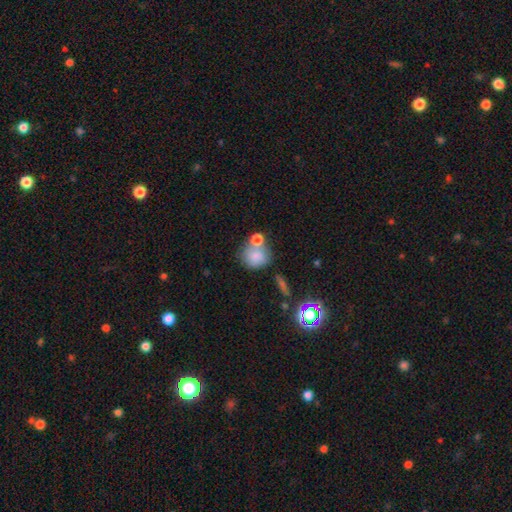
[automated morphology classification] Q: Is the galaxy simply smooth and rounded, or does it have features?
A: smooth — 78%.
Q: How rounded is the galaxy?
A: round — 78%.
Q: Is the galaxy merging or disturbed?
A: none — 47%.